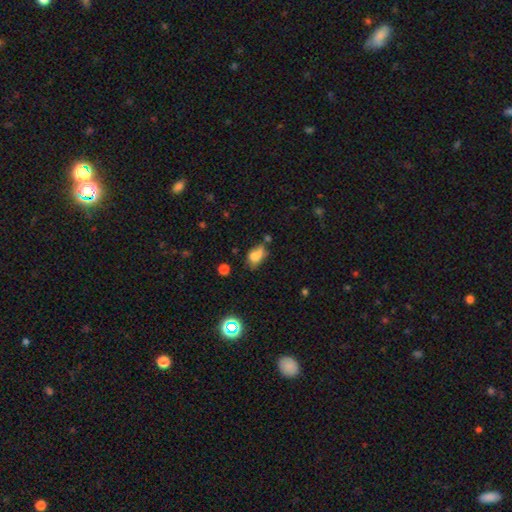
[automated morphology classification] This appears to be a smooth galaxy with no disk features (68%) that is in between round and cigar-shaped (81%). Merging: none (34%).